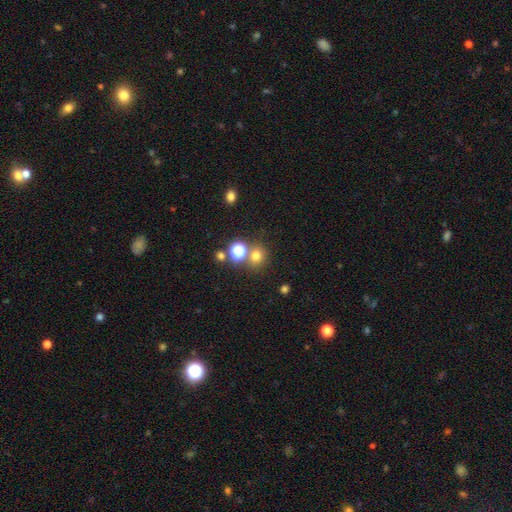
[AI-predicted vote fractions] This is likely a smooth galaxy (70%). How rounded: clearly round (81%). Merging: likely none (69%).